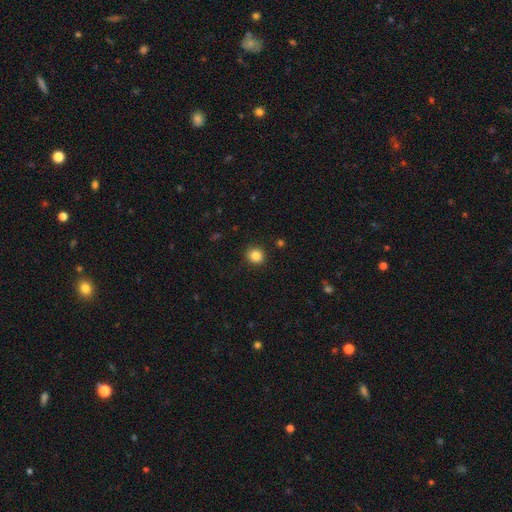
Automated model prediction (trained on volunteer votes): Q: Smooth or featured?
A: smooth (85%); runner-up: star or artifact (11%)
Q: How rounded?
A: round (85%); runner-up: in between (14%)
Q: Merging?
A: none (91%); runner-up: minor disturbance (6%)